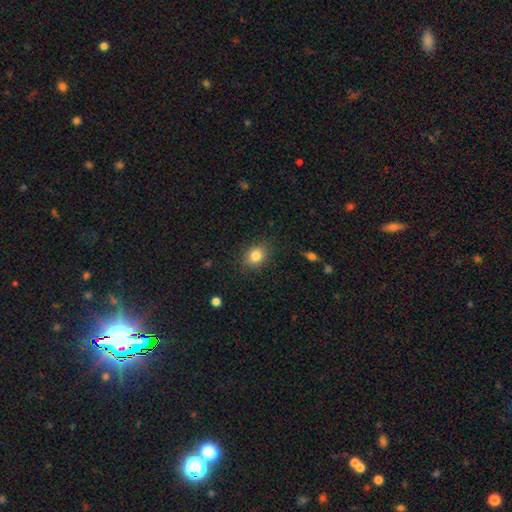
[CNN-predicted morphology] Overall: smooth (83%). How rounded: round (51%; in between 48%). Merging: none (83%).